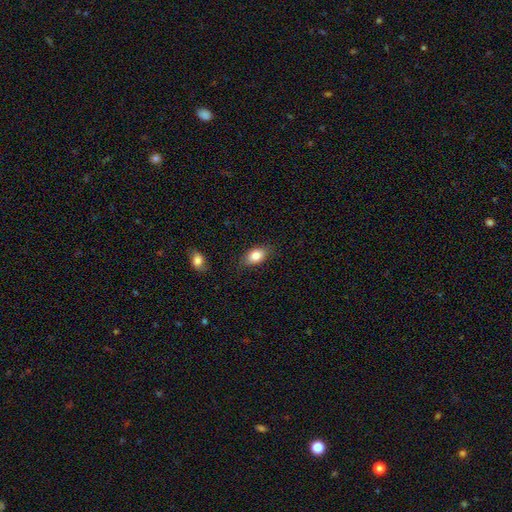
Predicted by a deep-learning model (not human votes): smooth-or-featured: smooth: 83% | featured or disk: 9% | star or artifact: 8%
  how-rounded: in between: 86% | round: 11% | cigar-shaped: 3%
  merging: none: 81% | minor disturbance: 14% | major disturbance: 3% | merger: 2%